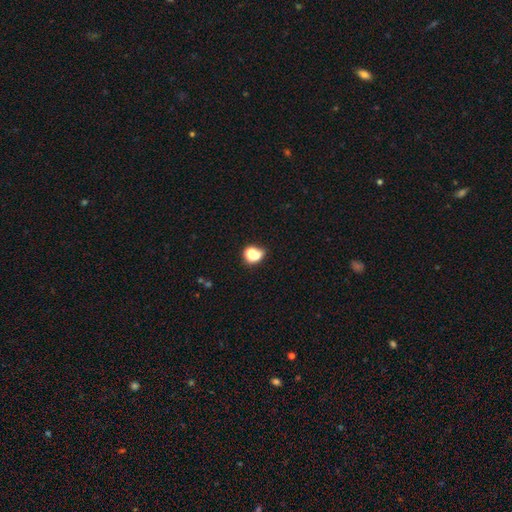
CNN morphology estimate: A smooth galaxy with no disk features (72%) that is round (61%). Merging: none (40%).